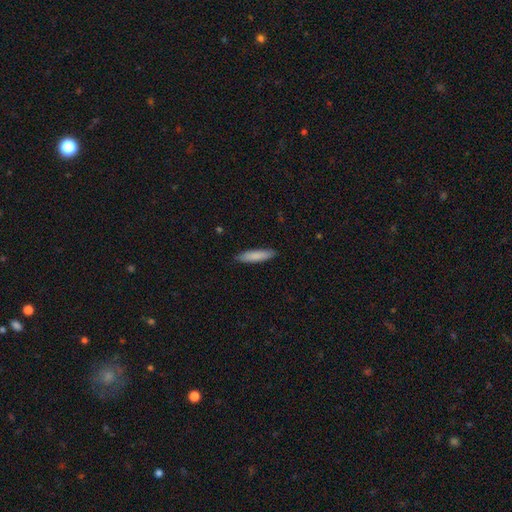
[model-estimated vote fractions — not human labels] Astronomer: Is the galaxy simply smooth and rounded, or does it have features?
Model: smooth — 84%.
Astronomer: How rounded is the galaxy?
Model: cigar-shaped — 77%.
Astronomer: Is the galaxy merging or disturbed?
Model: none — 89%.